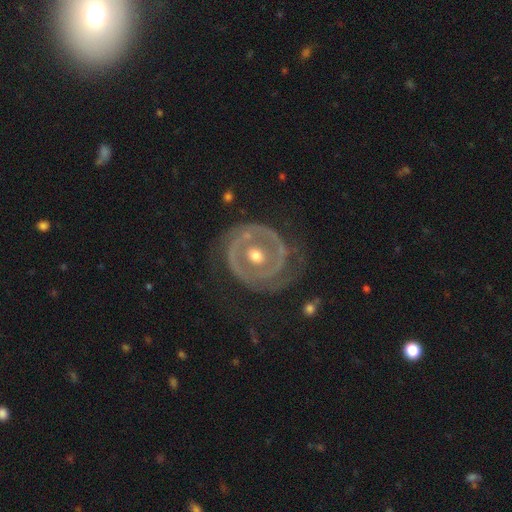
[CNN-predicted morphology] A featured or disk galaxy (81%) with no bar (71%), spiral arms (62%) and a moderate central bulge (74%).

Vote fractions:
- Smooth or featured? featured or disk: 81% / smooth: 14% / star or artifact: 5%
- Edge-on disk? no: 97% / yes: 3%
- Bar? no: 71% / weak: 21% / strong: 9%
- Spiral arms? yes: 62% / no: 38%
- Bulge size? moderate: 74% / small: 20% / large: 4% / none: 1% / dominant: 1%
- Merging? none: 60% / minor disturbance: 21% / major disturbance: 16% / merger: 3%